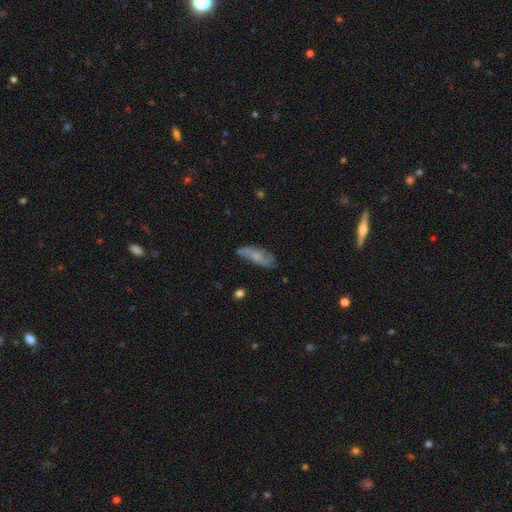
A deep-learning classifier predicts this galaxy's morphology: Smooth or featured: smooth — 46% (tied with featured or disk — 46%)
Merging: none — 70% (minor disturbance — 22%)